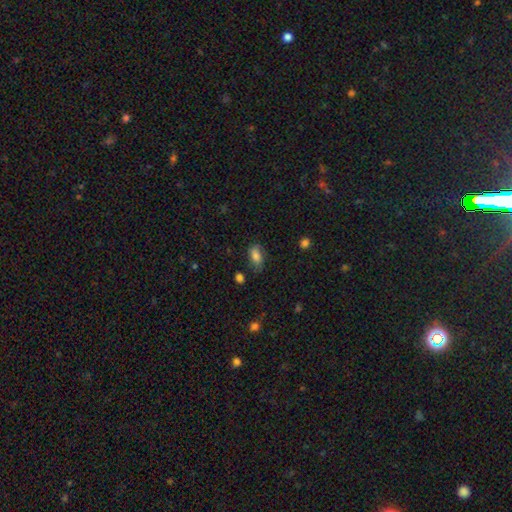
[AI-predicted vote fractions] This is likely a smooth galaxy (74%). How rounded: clearly in between (89%). Merging: likely none (66%).